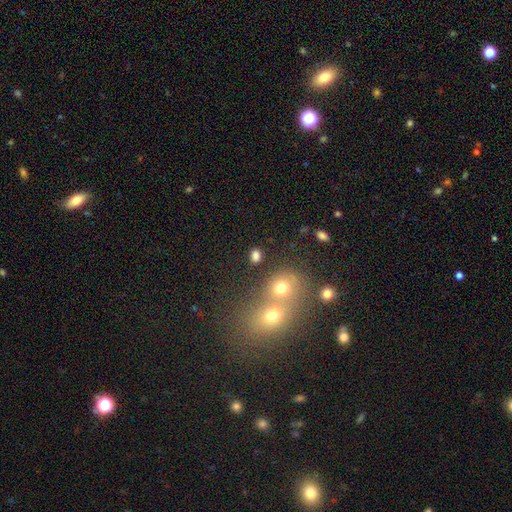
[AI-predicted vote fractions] A smooth galaxy with no disk features (77%) that is in between round and cigar-shaped (50%).

Vote fractions:
- Smooth or featured? smooth: 77% / star or artifact: 16% / featured or disk: 8%
- How rounded? in between: 50% / round: 47% / cigar-shaped: 2%
- Merging? none: 74% / merger: 13% / minor disturbance: 10% / major disturbance: 4%